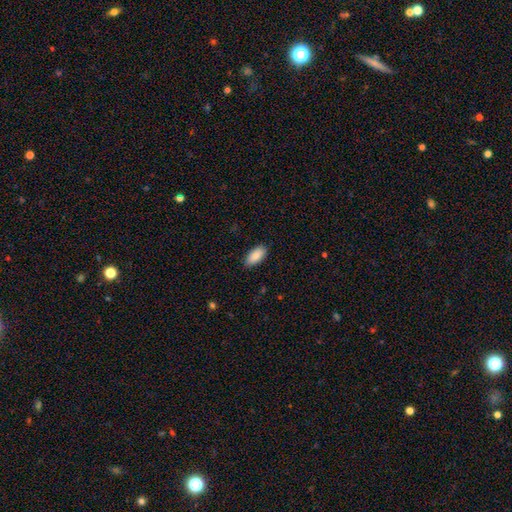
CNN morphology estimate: This is clearly a smooth galaxy (89%). How rounded: clearly in between (92%). Merging: clearly none (86%).